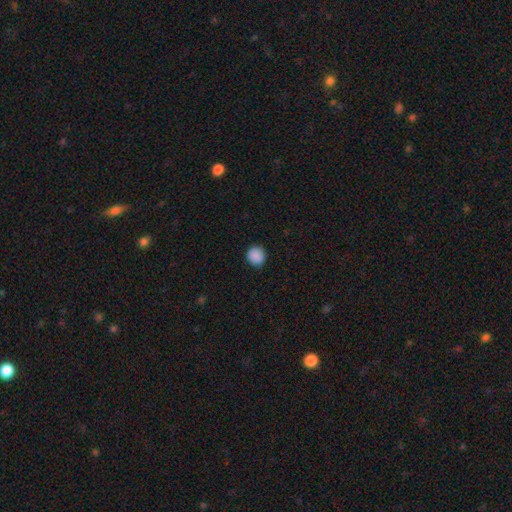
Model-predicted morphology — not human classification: Smooth or featured? Predicted: smooth (p=0.89). How rounded? Predicted: round (p=0.90). Merging? Predicted: none (p=0.89).